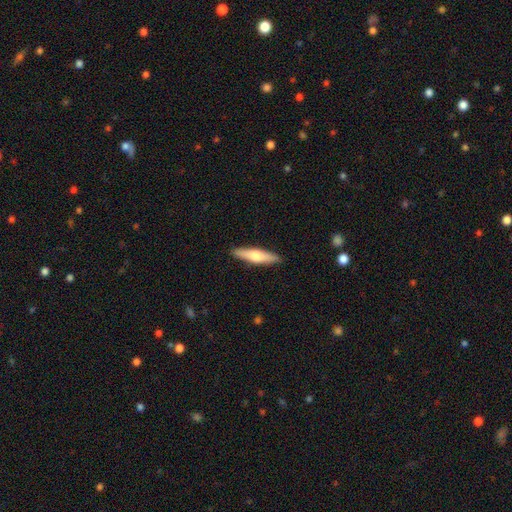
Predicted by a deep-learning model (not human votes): This is possibly a smooth galaxy (55%). How rounded: likely cigar-shaped (76%). Merging: clearly none (90%).